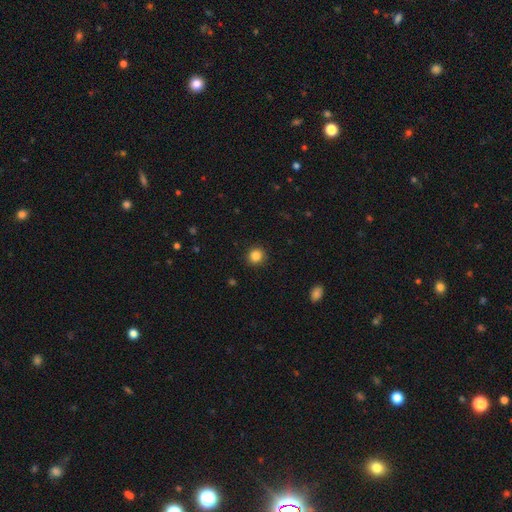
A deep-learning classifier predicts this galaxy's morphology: Q: Smooth or featured?
A: smooth (85%); runner-up: star or artifact (11%)
Q: How rounded?
A: round (91%); runner-up: in between (8%)
Q: Merging?
A: none (91%); runner-up: minor disturbance (6%)